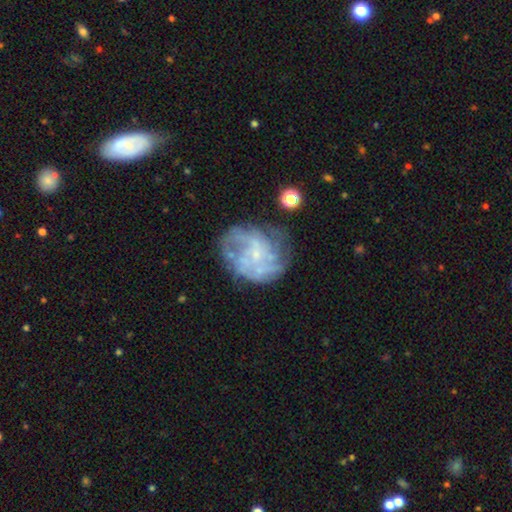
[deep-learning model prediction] Overall: featured or disk (73%). Edge-on disk: no (98%). Bar: no (76%). Spiral arms: yes (71%). Spiral arm count: can't tell (45%; 3 15%). Spiral winding: tight (41%; medium 37%). Bulge size: small (65%). Merging: none (59%; minor disturbance 20%).